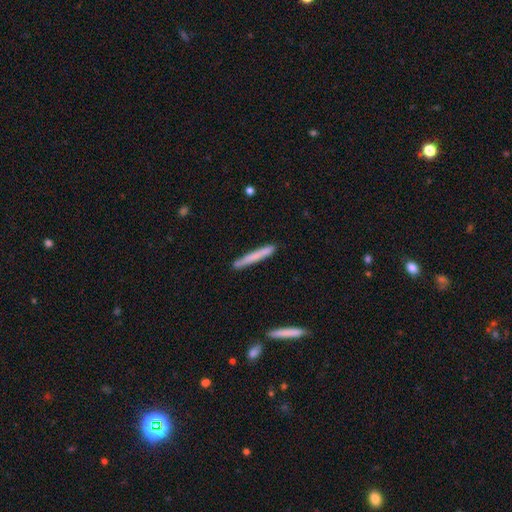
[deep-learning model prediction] This appears to be a smooth galaxy with no disk features (70%) that is cigar-shaped (96%). Merging: none (86%).